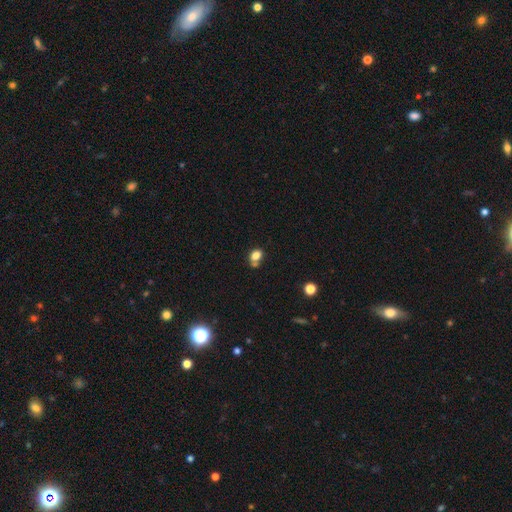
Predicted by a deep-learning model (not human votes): Morphology: type=smooth (80%); roundness=in between (63%); merging=none (52%).